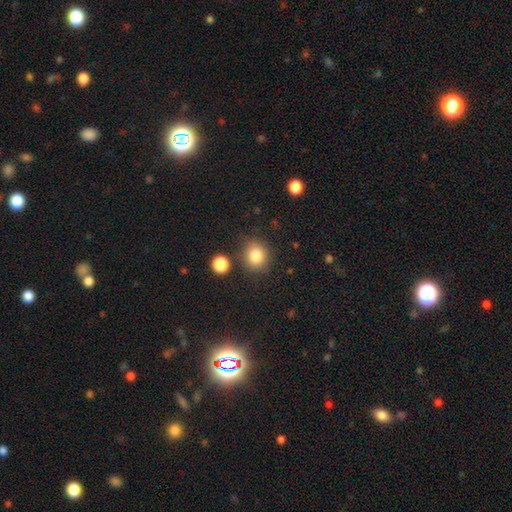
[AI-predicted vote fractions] Overall: smooth (83%). How rounded: round (77%). Merging: none (82%).